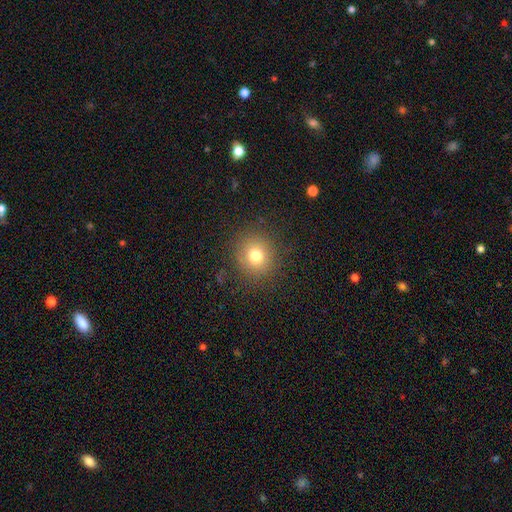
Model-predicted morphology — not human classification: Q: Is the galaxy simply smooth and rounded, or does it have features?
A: smooth — 76%.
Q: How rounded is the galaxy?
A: round — 87%.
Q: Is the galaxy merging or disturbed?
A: none — 87%.